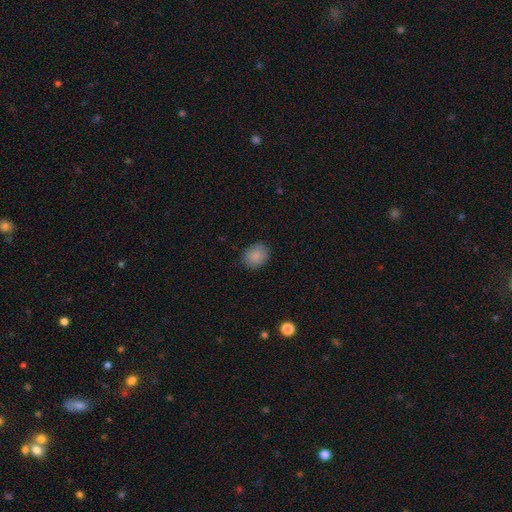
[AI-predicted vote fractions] This appears to be a smooth galaxy with no disk features (87%) that is round (56%). Merging: none (85%).